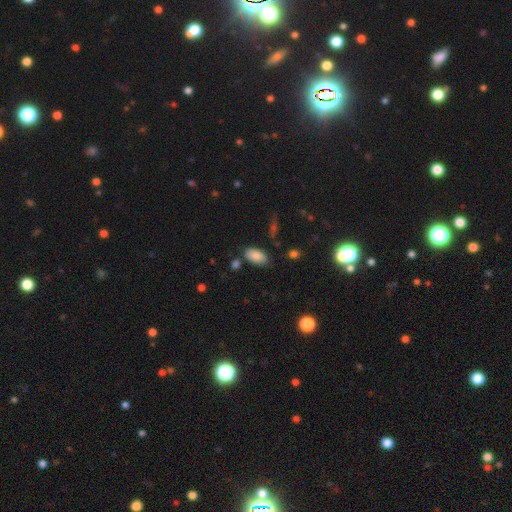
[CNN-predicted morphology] The model was most divided on "merging": none: 75%, minor disturbance: 16%, merger: 5%, major disturbance: 4%. More confident: how rounded — in between (94%); smooth or featured — smooth (87%).